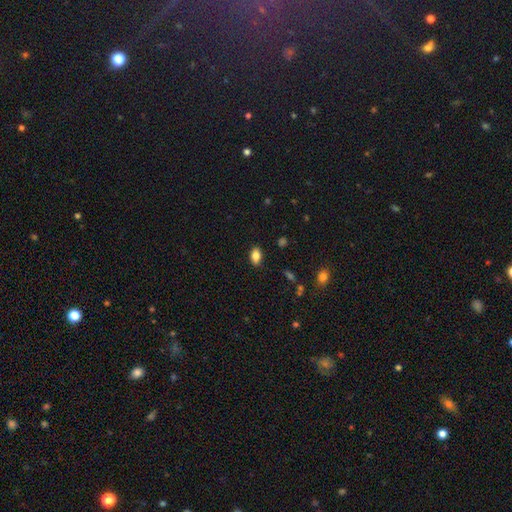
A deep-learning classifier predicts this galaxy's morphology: Overall: smooth (82%). How rounded: in between (87%). Merging: none (86%).